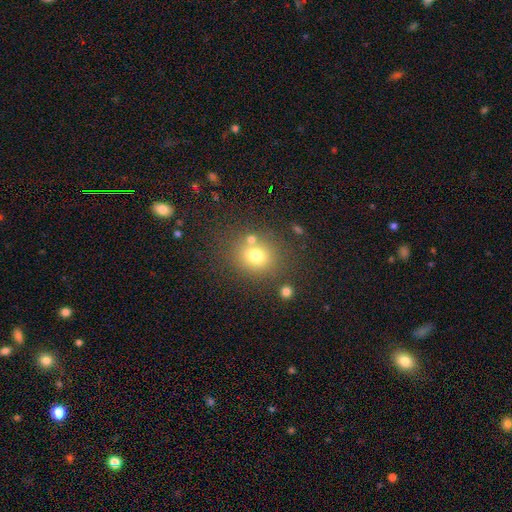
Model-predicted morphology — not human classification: Overall: smooth (72%). How rounded: round (77%). Merging: none (70%).